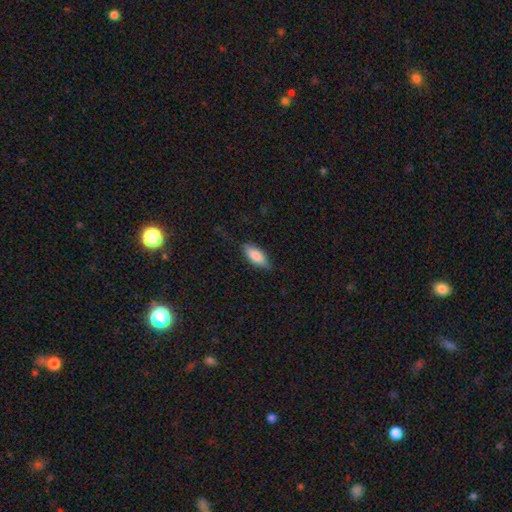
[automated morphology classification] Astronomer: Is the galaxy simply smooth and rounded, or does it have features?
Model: smooth — 83%.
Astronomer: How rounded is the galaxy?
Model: in between — 79%.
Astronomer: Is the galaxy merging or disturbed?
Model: none — 79%.